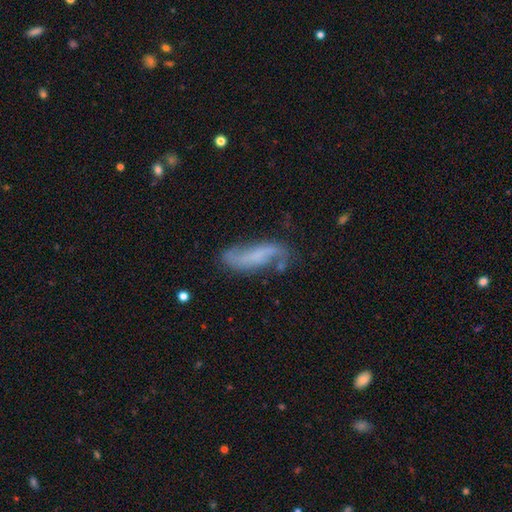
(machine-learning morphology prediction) Overall: featured or disk (66%). Edge-on disk: no (88%). Bar: no (45%; weak 34%). Spiral arms: yes (88%). Spiral arm count: 2 (87%). Spiral winding: loose (73%). Bulge size: none (55%; small 29%). Merging: none (60%; minor disturbance 24%).